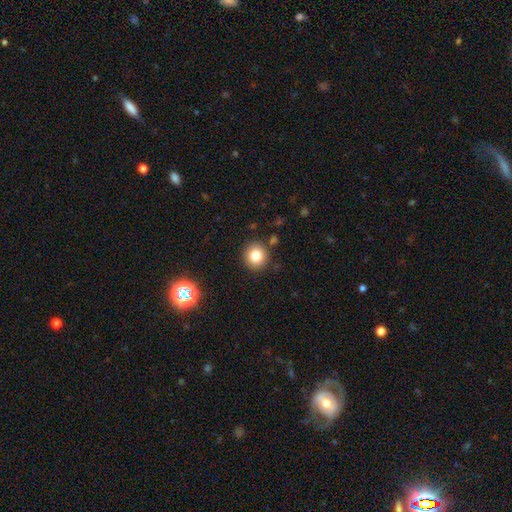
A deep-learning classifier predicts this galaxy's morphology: Smooth or featured? smooth (81%)
How rounded? round (90%)
Merging? none (87%)